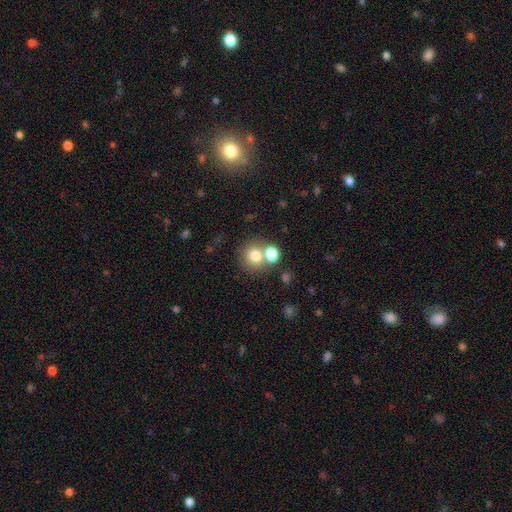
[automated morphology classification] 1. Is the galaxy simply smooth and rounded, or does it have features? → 76% smooth, 13% star or artifact, 11% featured or disk.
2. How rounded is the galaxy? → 87% round, 12% in between, 1% cigar-shaped.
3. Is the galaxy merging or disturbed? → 59% none, 30% merger, 8% minor disturbance, 4% major disturbance.